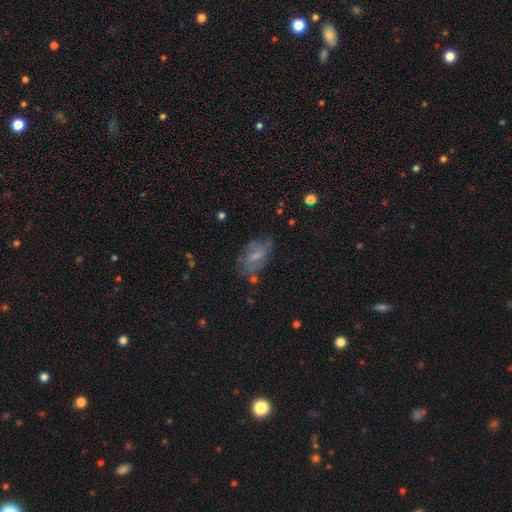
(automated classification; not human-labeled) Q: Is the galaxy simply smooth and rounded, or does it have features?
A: smooth — 47%.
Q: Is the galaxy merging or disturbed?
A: none — 54%.